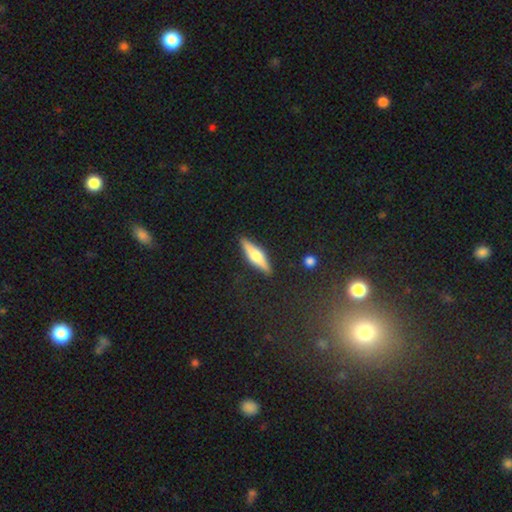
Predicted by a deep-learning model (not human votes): A featured or disk galaxy (51%) viewed edge-on (94%).

Vote fractions:
- Smooth or featured? featured or disk: 51% / smooth: 43% / star or artifact: 6%
- Edge-on disk? yes: 94% / no: 6%
- Merging? none: 89% / minor disturbance: 8% / major disturbance: 2% / merger: 1%